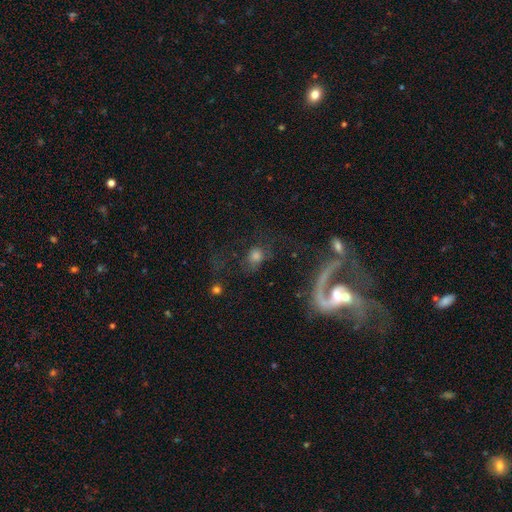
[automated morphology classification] A smooth galaxy with no disk features (50%).

Vote fractions:
- Smooth or featured? smooth: 50% / featured or disk: 35% / star or artifact: 16%
- Merging? none: 52% / major disturbance: 22% / minor disturbance: 15% / merger: 11%